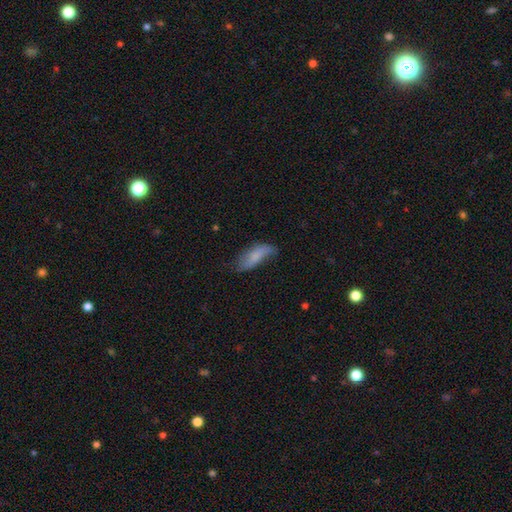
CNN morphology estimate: Smooth or featured? Predicted: smooth (p=0.61). How rounded? Predicted: in between (p=0.70). Merging? Predicted: none (p=0.43).